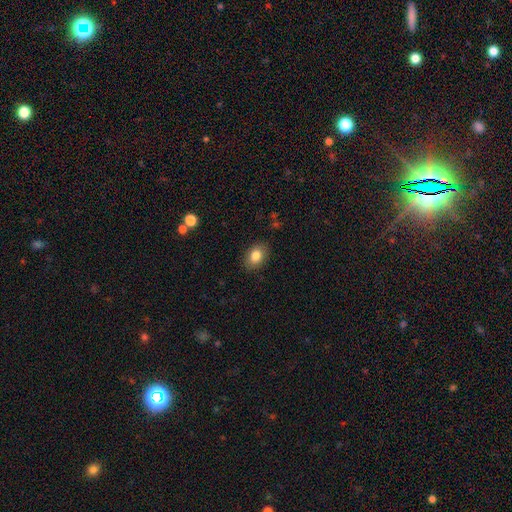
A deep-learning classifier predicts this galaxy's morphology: Smooth or featured? smooth (83%)
How rounded? in between (74%)
Merging? none (87%)